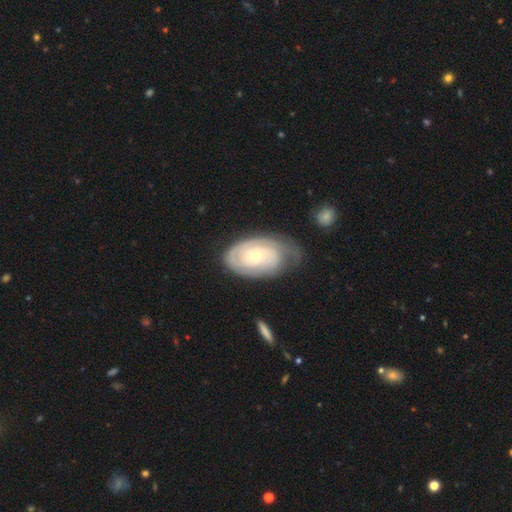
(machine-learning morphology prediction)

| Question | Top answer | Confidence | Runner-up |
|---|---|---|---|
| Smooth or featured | featured or disk | 70% | smooth (25%) |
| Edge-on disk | no | 95% | yes (5%) |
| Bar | no | 77% | weak (19%) |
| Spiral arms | yes | 84% | no (16%) |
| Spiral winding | tight | 74% | medium (20%) |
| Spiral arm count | can't tell | 50% | 2 (26%) |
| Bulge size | small | 66% | moderate (31%) |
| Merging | none | 54% | minor disturbance (30%) |